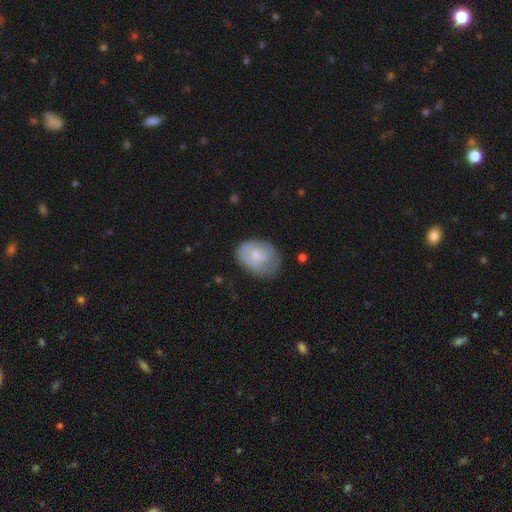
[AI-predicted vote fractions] A smooth galaxy with no disk features (57%) that is in between round and cigar-shaped (73%).

Vote fractions:
- Smooth or featured? smooth: 57% / featured or disk: 37% / star or artifact: 7%
- How rounded? in between: 73% / round: 26% / cigar-shaped: 1%
- Merging? none: 54% / minor disturbance: 32% / major disturbance: 13% / merger: 2%